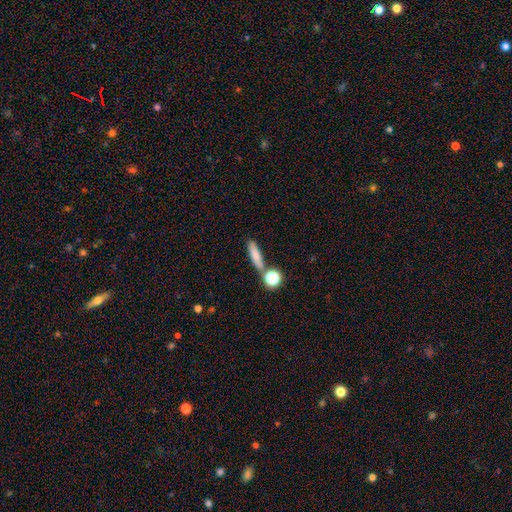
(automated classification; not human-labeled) Smooth or featured? smooth (77%)
How rounded? cigar-shaped (64%)
Merging? none (64%)